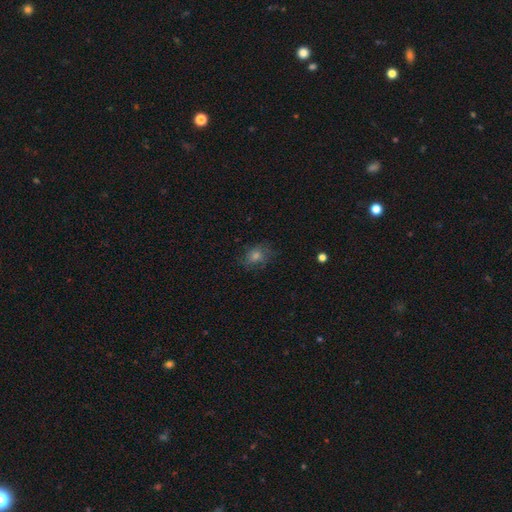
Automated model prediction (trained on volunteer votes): This appears to be a smooth galaxy with no disk features (55%) that is round (50%). Merging: none (71%).